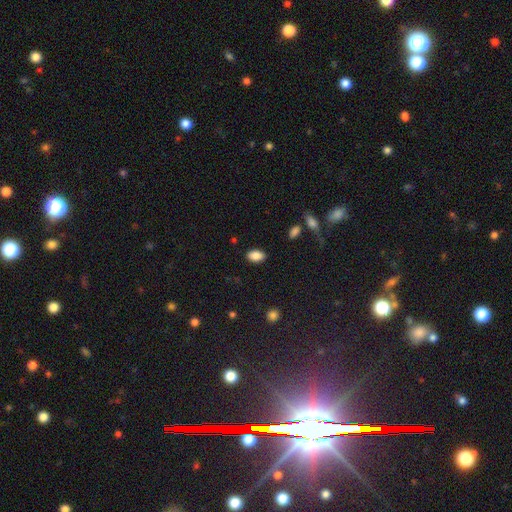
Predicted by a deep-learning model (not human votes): The model was most divided on "merging": none: 87%, minor disturbance: 9%, major disturbance: 2%, merger: 1%. More confident: how rounded — in between (91%); smooth or featured — smooth (87%).